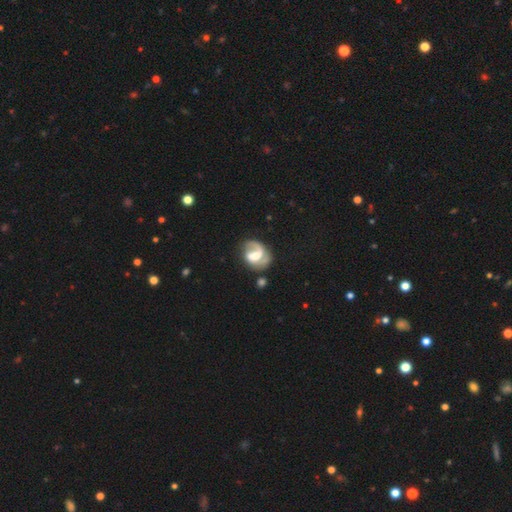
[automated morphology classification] smooth-or-featured: featured or disk: 75% | smooth: 19% | star or artifact: 6%
  disk-edge-on: no: 98% | yes: 2%
    bar: weak: 47% | no: 32% | strong: 21%
    has-spiral-arms: yes: 88% | no: 12%
      spiral-winding: medium: 41% | loose: 30% | tight: 29%
      spiral-arm-count: 1: 52% | 2: 38% | can't tell: 7% | 3: 2% | 4: 1% | more than 4: 1%
    bulge-size: moderate: 50% | small: 24% | large: 17% | none: 7% | dominant: 2%
  merging: none: 53% | minor disturbance: 21% | major disturbance: 20% | merger: 6%